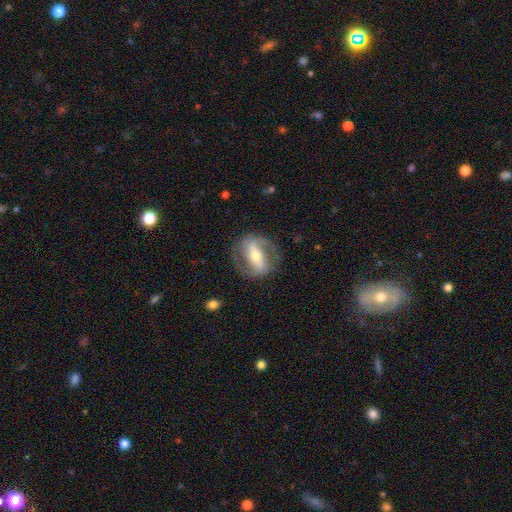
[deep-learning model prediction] smooth-or-featured: featured or disk: 81% | smooth: 14% | star or artifact: 5%
  disk-edge-on: no: 91% | yes: 9%
    bar: strong: 66% | weak: 22% | no: 12%
    has-spiral-arms: yes: 82% | no: 18%
      spiral-winding: medium: 46% | loose: 29% | tight: 25%
      spiral-arm-count: 2: 88% | can't tell: 6% | 1: 3% | 3: 1% | 4: 1% | more than 4: 1%
    bulge-size: moderate: 62% | small: 30% | large: 6% | none: 1% | dominant: 1%
  merging: none: 80% | minor disturbance: 12% | major disturbance: 6% | merger: 1%